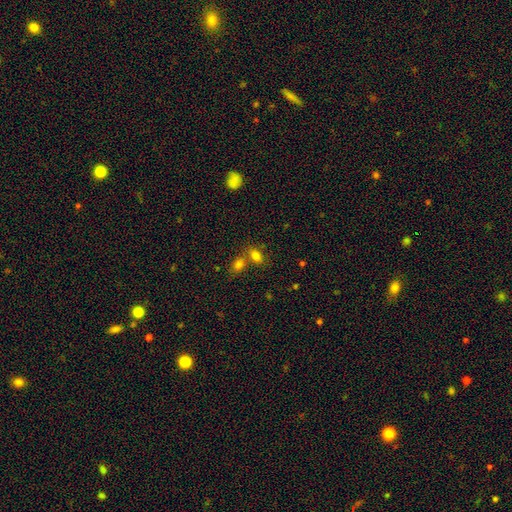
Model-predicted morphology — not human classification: smooth 79%, star or artifact 12%, featured or disk 9%. Down the decision tree: how rounded — in between (79%); merging — none (46%).